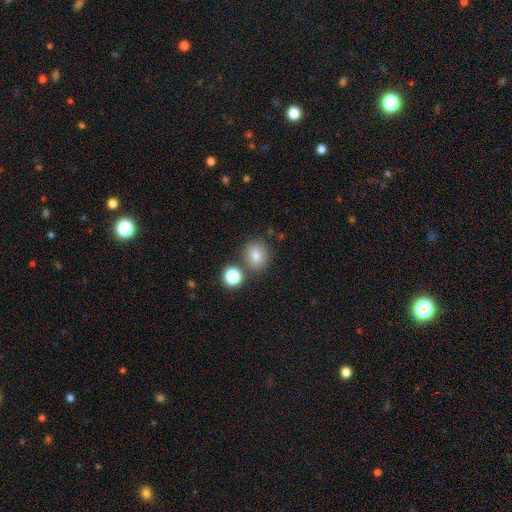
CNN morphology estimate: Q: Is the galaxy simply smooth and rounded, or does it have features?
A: smooth — 78%.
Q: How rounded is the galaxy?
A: round — 79%.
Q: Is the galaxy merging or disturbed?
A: none — 77%.